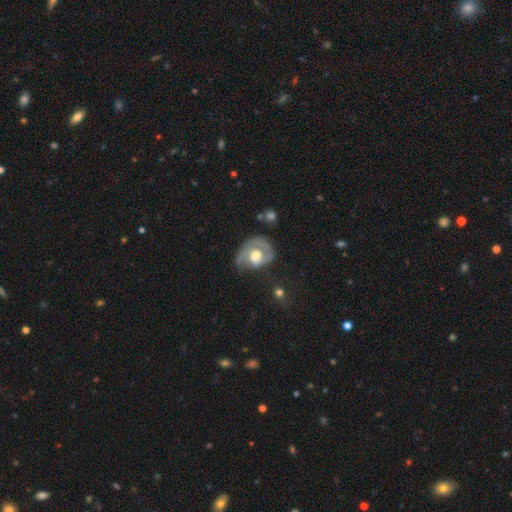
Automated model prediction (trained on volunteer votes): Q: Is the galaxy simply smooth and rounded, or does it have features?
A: featured or disk — 77%.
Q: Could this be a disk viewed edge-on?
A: no — 97%.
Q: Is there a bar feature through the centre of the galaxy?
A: no — 65%.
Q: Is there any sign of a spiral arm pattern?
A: yes — 88%.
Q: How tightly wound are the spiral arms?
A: tight — 47%.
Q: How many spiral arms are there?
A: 1 — 51%.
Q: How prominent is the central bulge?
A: moderate — 68%.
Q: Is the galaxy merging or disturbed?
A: none — 45%.